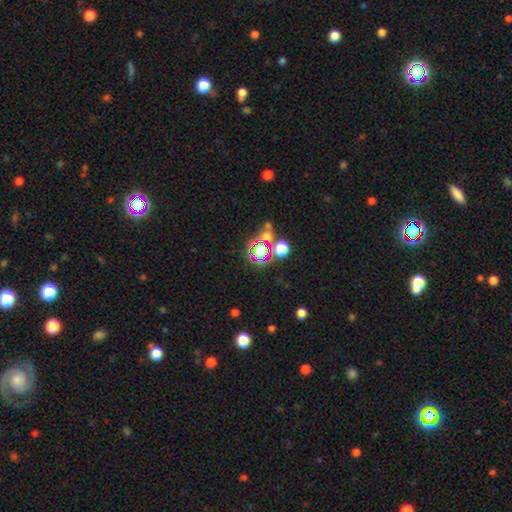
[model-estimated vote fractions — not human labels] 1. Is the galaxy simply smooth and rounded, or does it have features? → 72% star or artifact, 19% smooth, 9% featured or disk.